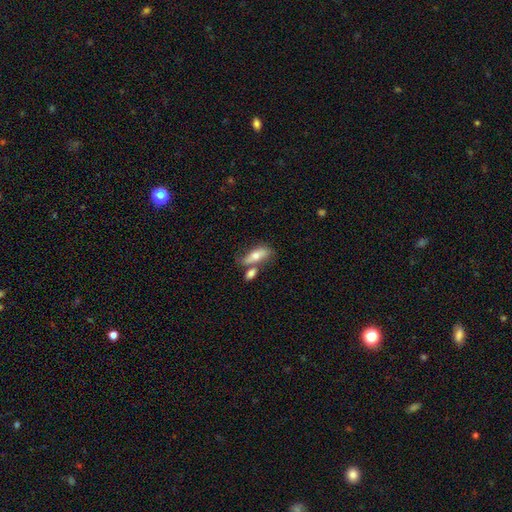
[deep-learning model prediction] The model was most divided on "merging": none: 46%, merger: 31%, minor disturbance: 15%, major disturbance: 7%. More confident: how rounded — in between (66%); smooth or featured — smooth (59%).